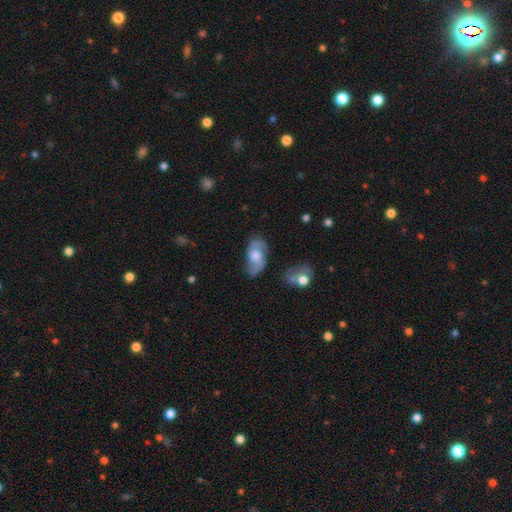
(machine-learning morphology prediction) Overall: featured or disk (57%; smooth 36%). Edge-on disk: no (92%). Bar: no (66%; weak 29%). Spiral arms: yes (79%). Bulge size: moderate (45%; large 36%). Merging: none (68%).